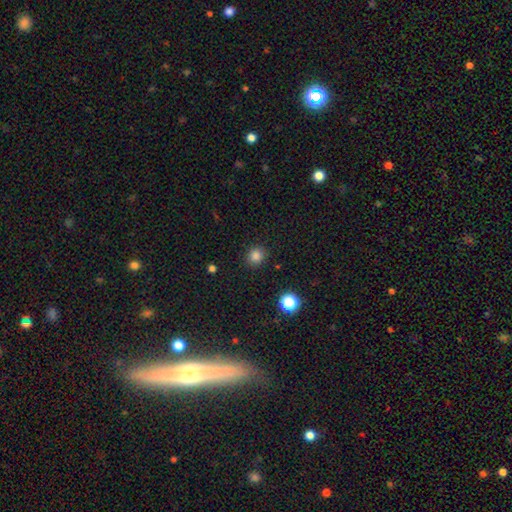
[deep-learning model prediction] Overall: smooth (83%). How rounded: round (84%). Merging: none (89%).